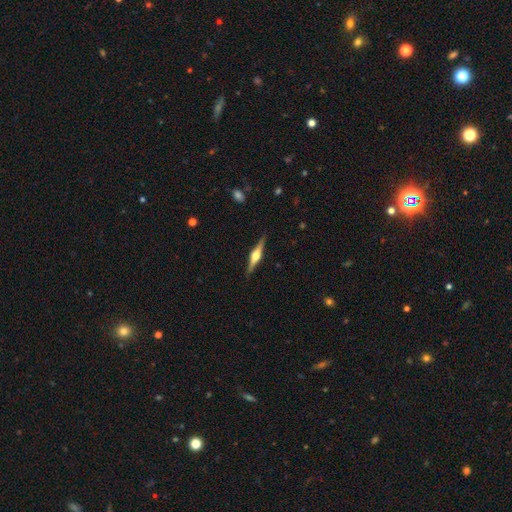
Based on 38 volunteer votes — A featured or disk galaxy (82%) viewed edge-on (100%) with a rounded central bulge (100%).

Vote fractions:
- Smooth or featured? featured or disk: 82% / smooth: 13% / star or artifact: 5%
- Edge-on disk? yes: 100% / no: 0%
- Edge-on bulge? rounded: 100% / boxy: 0% / none: 0%
- Merging? none: 89% / minor disturbance: 11% / major disturbance: 0% / merger: 0%